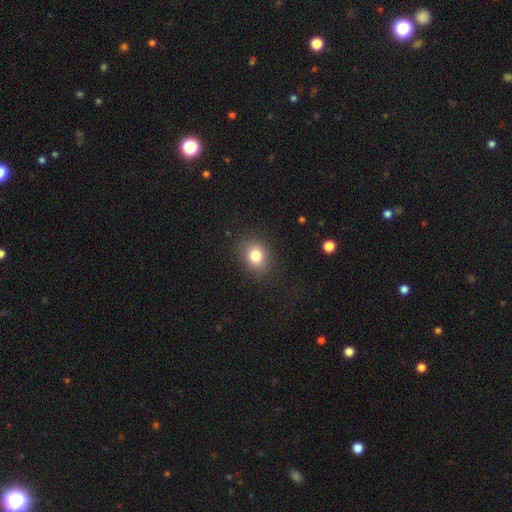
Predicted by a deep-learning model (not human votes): Q: Smooth or featured?
A: smooth (81%); runner-up: star or artifact (11%)
Q: How rounded?
A: round (58%); runner-up: in between (41%)
Q: Merging?
A: none (87%); runner-up: minor disturbance (9%)